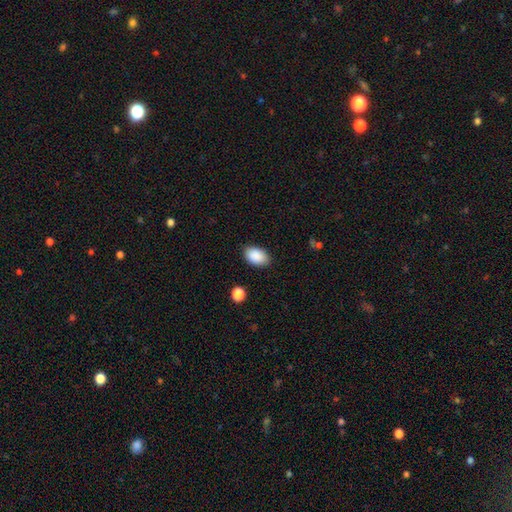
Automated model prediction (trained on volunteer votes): Smooth or featured?
  - smooth: 90% *
  - star or artifact: 7%
  - featured or disk: 3%
How rounded?
  - in between: 90% *
  - round: 8%
  - cigar-shaped: 1%
Merging?
  - none: 85% *
  - minor disturbance: 11%
  - major disturbance: 2%
  - merger: 1%